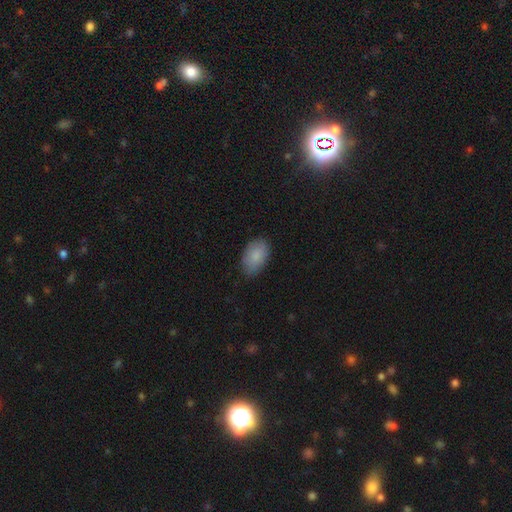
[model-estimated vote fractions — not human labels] This is clearly a smooth galaxy (87%). How rounded: clearly in between (93%). Merging: likely none (80%).